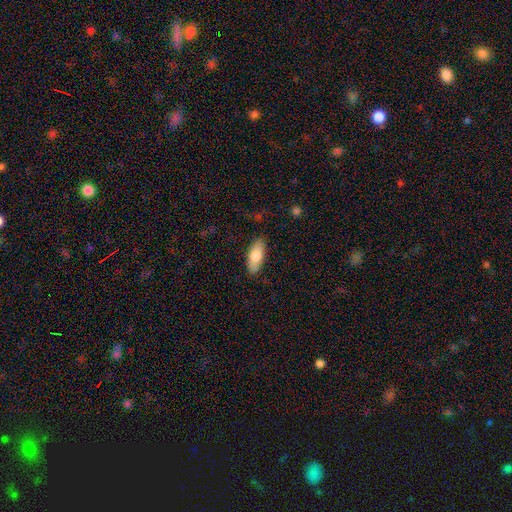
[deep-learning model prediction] smooth-or-featured: smooth: 76% | featured or disk: 18% | star or artifact: 6%
  how-rounded: in between: 79% | cigar-shaped: 18% | round: 2%
  merging: none: 86% | minor disturbance: 11% | major disturbance: 2% | merger: 1%